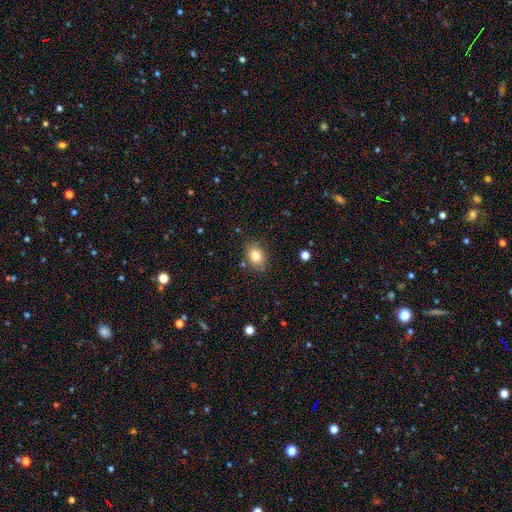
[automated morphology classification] The model was most divided on "how rounded": in between: 67%, round: 32%, cigar-shaped: 1%. More confident: smooth or featured — smooth (82%); merging — none (81%).